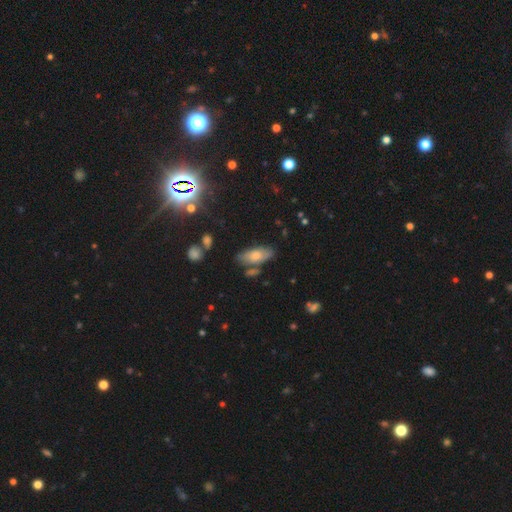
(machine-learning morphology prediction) Smooth or featured?
  - smooth: 65% *
  - featured or disk: 27%
  - star or artifact: 8%
How rounded?
  - in between: 83% *
  - cigar-shaped: 14%
  - round: 3%
Merging?
  - none: 66% *
  - minor disturbance: 20%
  - merger: 9%
  - major disturbance: 5%